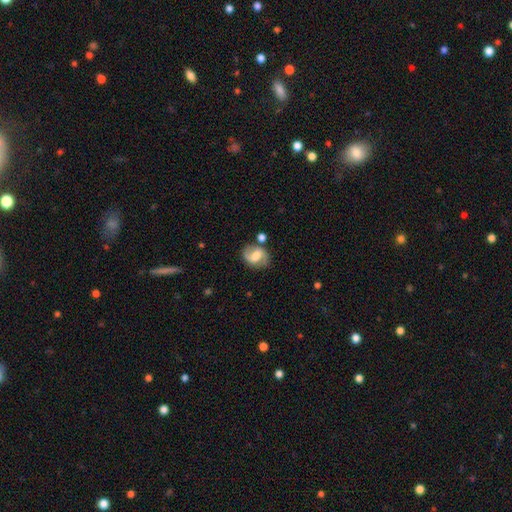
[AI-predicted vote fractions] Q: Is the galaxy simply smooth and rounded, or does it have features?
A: featured or disk — 71%.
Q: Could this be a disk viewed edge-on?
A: no — 97%.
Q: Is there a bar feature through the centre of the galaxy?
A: weak — 51%.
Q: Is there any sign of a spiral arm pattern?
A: yes — 91%.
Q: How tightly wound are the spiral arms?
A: medium — 48%.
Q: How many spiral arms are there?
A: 2 — 90%.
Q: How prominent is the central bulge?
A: moderate — 59%.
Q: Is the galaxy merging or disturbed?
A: none — 72%.